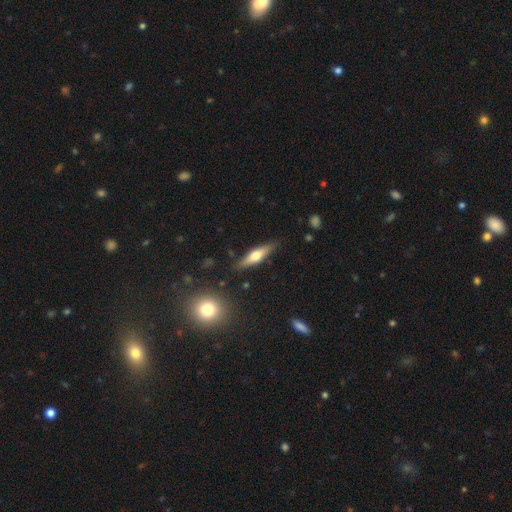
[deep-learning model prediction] This appears to be a featured or disk galaxy (51%) viewed edge-on (92%). Merging: none (84%).